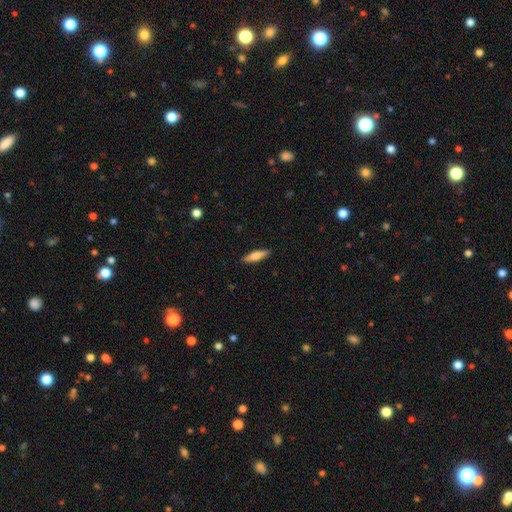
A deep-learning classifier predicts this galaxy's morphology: A smooth galaxy with no disk features (60%) that is cigar-shaped (67%). Merging: none (90%).